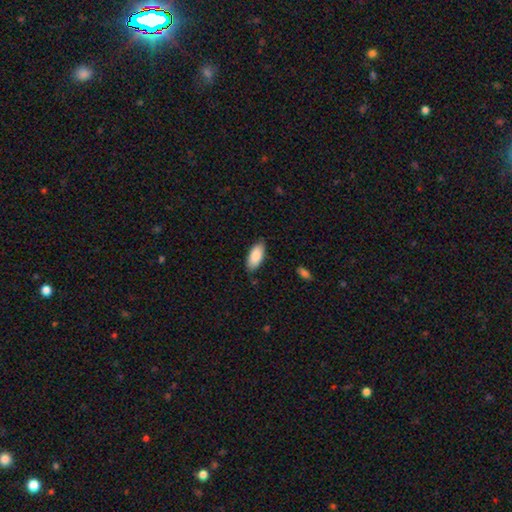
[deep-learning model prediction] Q: Smooth or featured?
A: smooth (88%); runner-up: featured or disk (6%)
Q: How rounded?
A: in between (90%); runner-up: cigar-shaped (9%)
Q: Merging?
A: none (81%); runner-up: minor disturbance (15%)